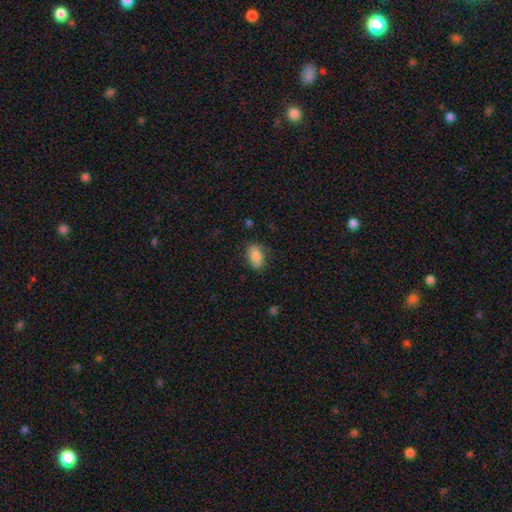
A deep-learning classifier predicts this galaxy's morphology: This is clearly a smooth galaxy (85%). How rounded: clearly in between (90%). Merging: likely none (75%).